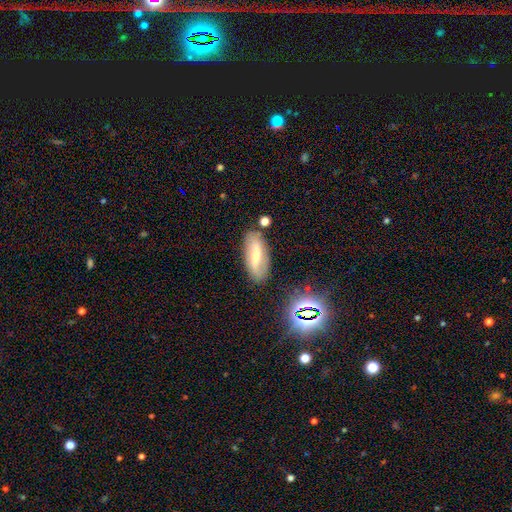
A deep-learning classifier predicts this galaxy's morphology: smooth-or-featured: featured or disk: 60% | smooth: 31% | star or artifact: 8%
  disk-edge-on: no: 86% | yes: 14%
    bar: weak: 40% | strong: 36% | no: 24%
    has-spiral-arms: yes: 79% | no: 21%
    bulge-size: small: 47% | moderate: 45% | large: 3% | none: 3% | dominant: 1%
  merging: none: 80% | minor disturbance: 13% | major disturbance: 3% | merger: 3%